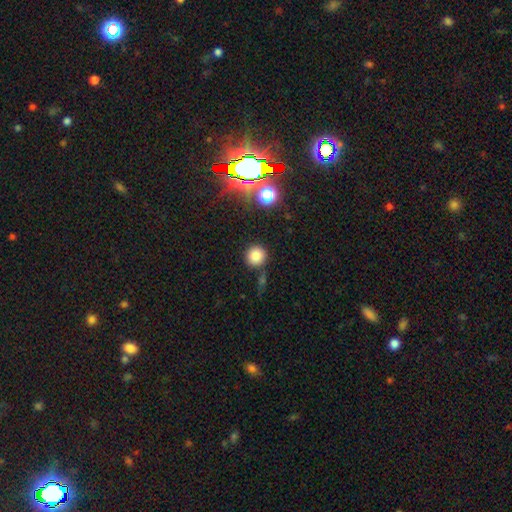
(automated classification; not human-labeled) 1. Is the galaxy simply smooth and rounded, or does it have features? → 81% smooth, 13% star or artifact, 6% featured or disk.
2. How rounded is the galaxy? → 93% round, 6% in between, 1% cigar-shaped.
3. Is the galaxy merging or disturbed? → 85% none, 8% minor disturbance, 5% merger, 3% major disturbance.